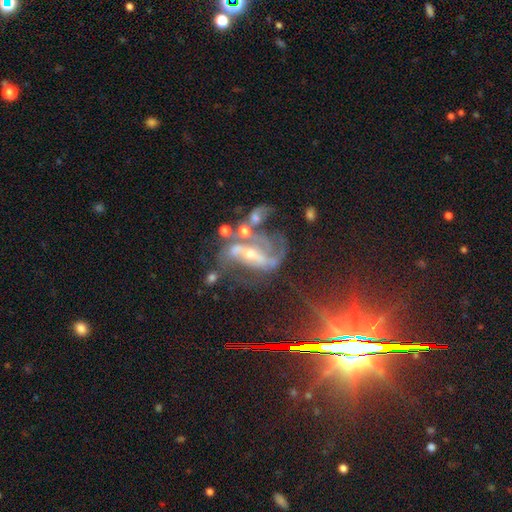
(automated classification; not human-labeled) The model was most divided on "spiral winding": loose: 42%, medium: 39%, tight: 19%. Remaining: edge-on disk — no (93%); spiral arms — yes (86%); smooth or featured — featured or disk (75%); spiral arm count — 2 (68%); bulge size — small (59%); bar — strong (43%); merging — none (33%).